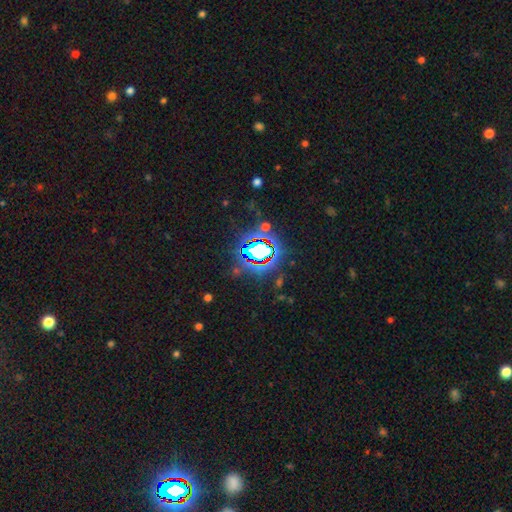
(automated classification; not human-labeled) Smooth or featured? star or artifact (84%)